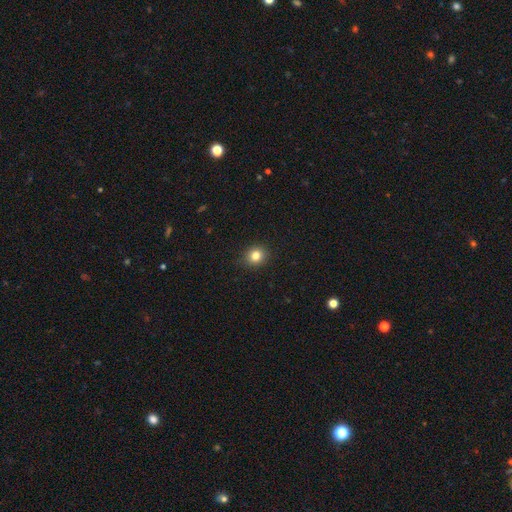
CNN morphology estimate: A smooth galaxy with no disk features (82%) that is round (79%). Merging: none (90%).